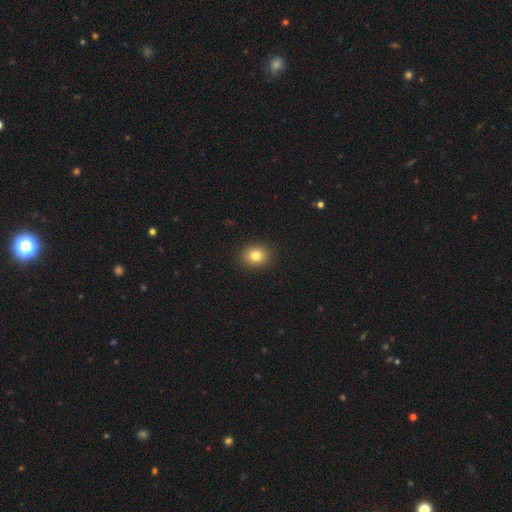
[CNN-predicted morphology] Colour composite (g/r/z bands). It shows a smooth galaxy with no disk features (82%) that is round (66%). Merging: none (91%).